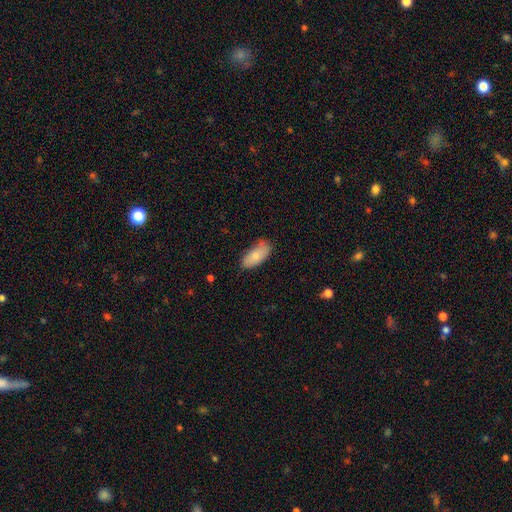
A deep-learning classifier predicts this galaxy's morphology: smooth-or-featured: smooth: 81% | featured or disk: 13% | star or artifact: 7%
  how-rounded: in between: 88% | cigar-shaped: 9% | round: 2%
  merging: none: 68% | minor disturbance: 25% | major disturbance: 4% | merger: 2%